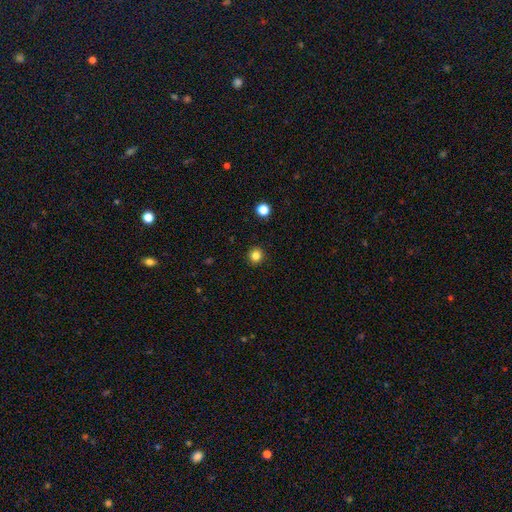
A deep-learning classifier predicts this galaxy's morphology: type=smooth (83%); roundness=round (93%); merging=none (92%).